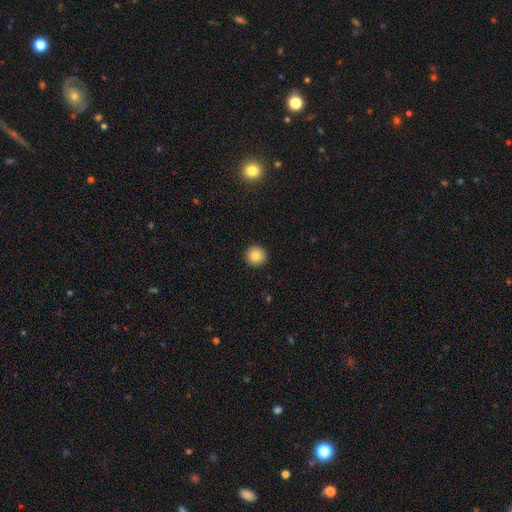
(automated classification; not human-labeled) smooth 85%, star or artifact 10%, featured or disk 5%. Down the decision tree: how rounded — round (94%); merging — none (93%).